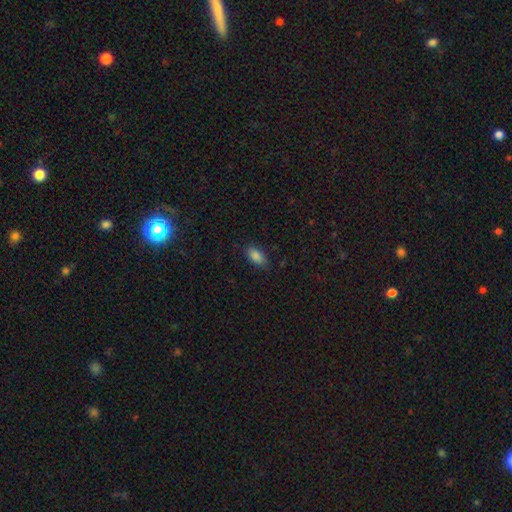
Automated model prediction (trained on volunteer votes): A smooth galaxy with no disk features (86%) that is in between round and cigar-shaped (91%).

Vote fractions:
- Smooth or featured? smooth: 86% / star or artifact: 9% / featured or disk: 6%
- How rounded? in between: 91% / cigar-shaped: 6% / round: 4%
- Merging? none: 82% / minor disturbance: 14% / major disturbance: 3% / merger: 1%